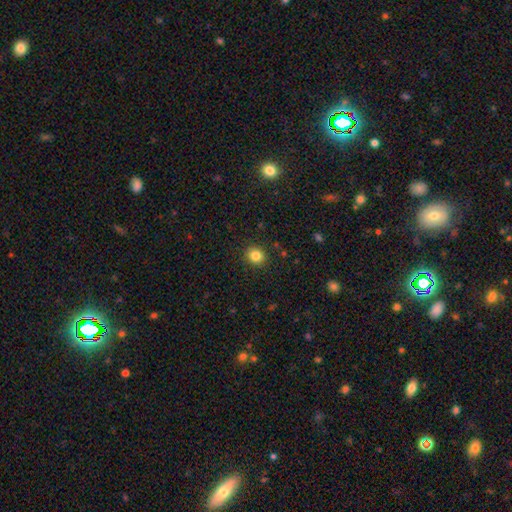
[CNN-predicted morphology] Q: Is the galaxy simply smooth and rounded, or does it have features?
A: smooth — 83%.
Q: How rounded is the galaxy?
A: round — 80%.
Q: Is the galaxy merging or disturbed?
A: none — 90%.